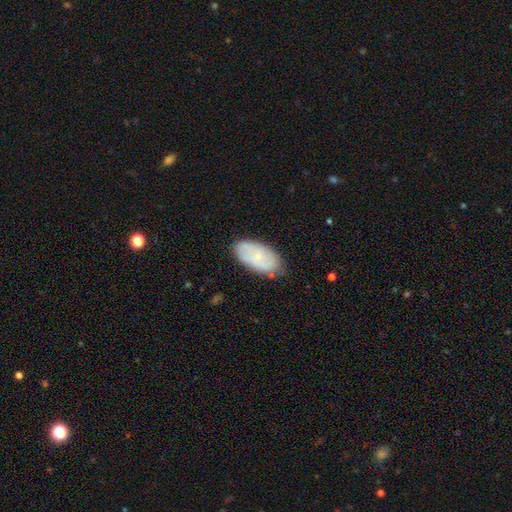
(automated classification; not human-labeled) This is possibly a smooth galaxy (51%). How rounded: clearly in between (94%). Merging: likely none (77%).